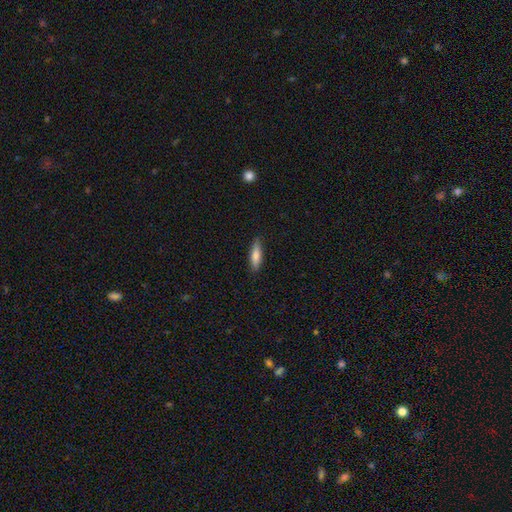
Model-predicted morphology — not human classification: This is likely a smooth galaxy (76%). How rounded: likely cigar-shaped (64%). Merging: clearly none (88%).